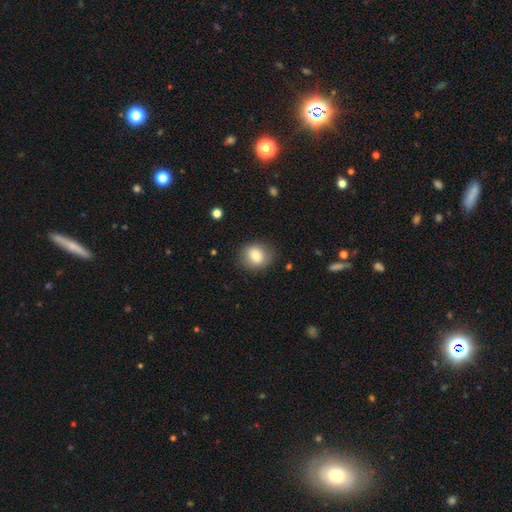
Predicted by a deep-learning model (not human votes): A smooth galaxy with no disk features (80%) that is round (71%).

Vote fractions:
- Smooth or featured? smooth: 80% / featured or disk: 11% / star or artifact: 9%
- How rounded? round: 71% / in between: 28% / cigar-shaped: 1%
- Merging? none: 83% / minor disturbance: 12% / major disturbance: 4% / merger: 1%